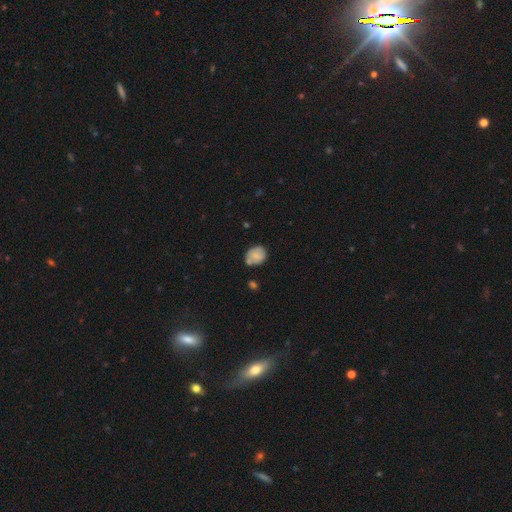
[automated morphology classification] Smooth or featured?
  - smooth: 74% *
  - featured or disk: 18%
  - star or artifact: 8%
How rounded?
  - round: 51% *
  - in between: 48%
  - cigar-shaped: 1%
Merging?
  - none: 60% *
  - minor disturbance: 23%
  - merger: 12%
  - major disturbance: 5%